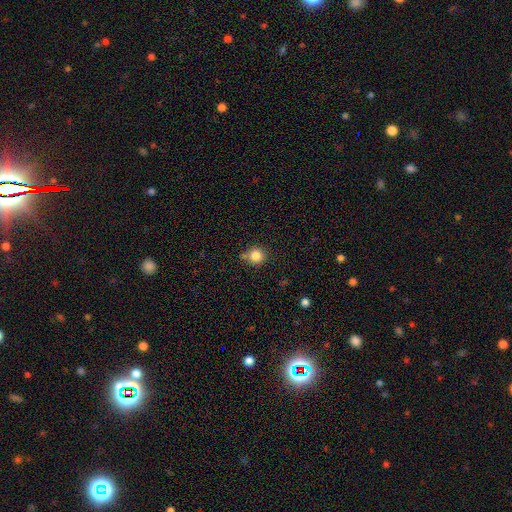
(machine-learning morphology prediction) This appears to be a smooth galaxy with no disk features (83%) that is round (91%). Merging: none (71%).